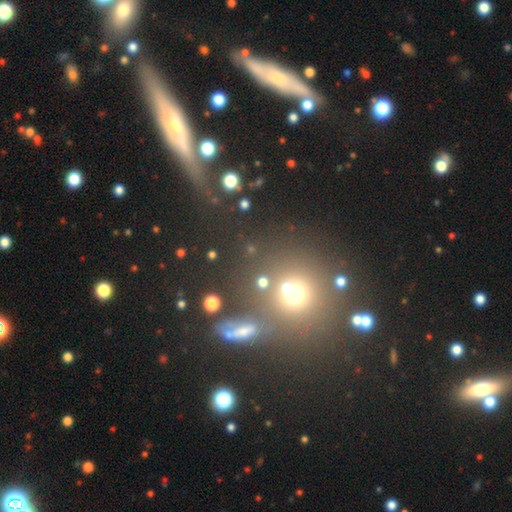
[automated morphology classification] Overall: smooth (49%; star or artifact 35%). Merging: none (74%).